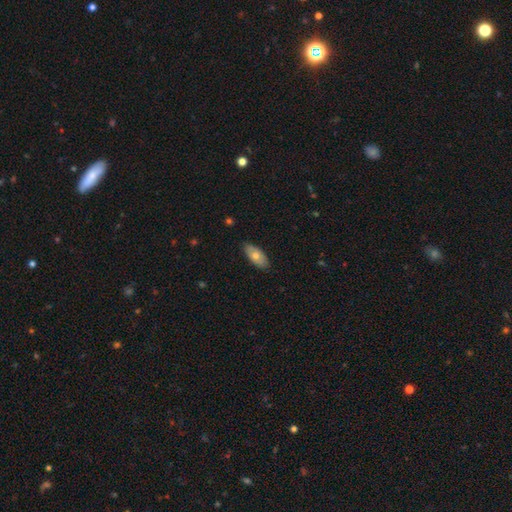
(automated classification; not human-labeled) Overall: smooth (65%; featured or disk 29%). How rounded: in between (90%). Merging: none (85%).